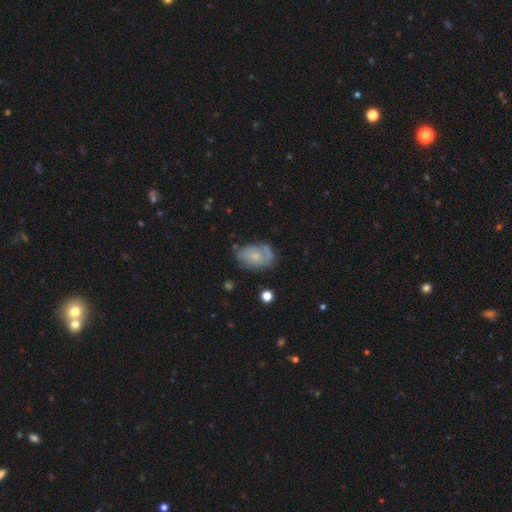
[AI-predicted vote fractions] Morphology: type=smooth (48%); merging=none (56%).